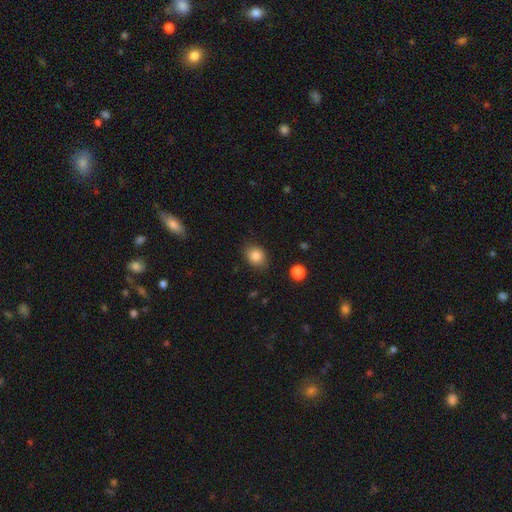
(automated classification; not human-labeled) Smooth or featured? Predicted: smooth (p=0.83). How rounded? Predicted: in between (p=0.51). Merging? Predicted: none (p=0.83).